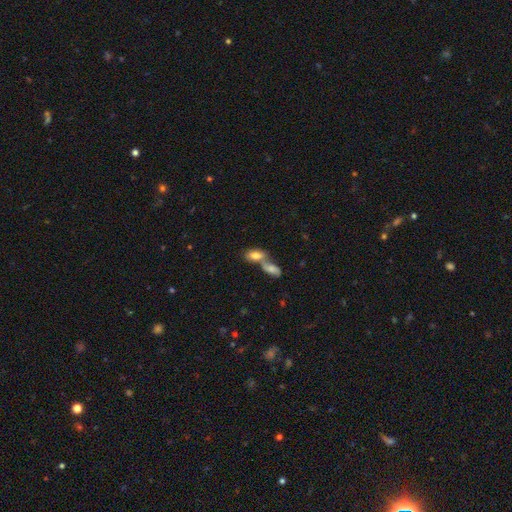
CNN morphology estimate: This appears to be a smooth galaxy with no disk features (75%) that is in between round and cigar-shaped (87%). Merging: merger (68%).